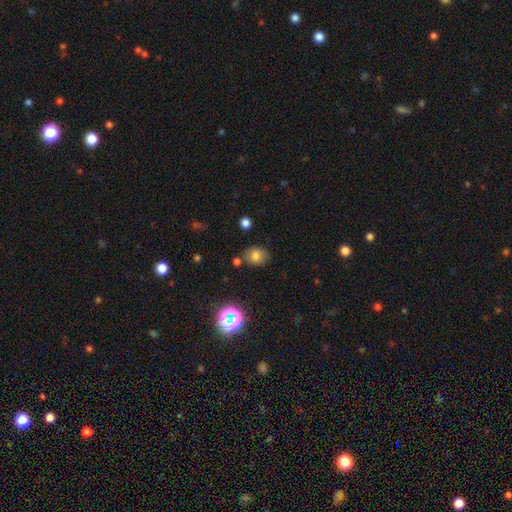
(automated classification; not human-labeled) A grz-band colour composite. It shows a smooth galaxy with no disk features (75%) that is in between round and cigar-shaped (53%). Merging: none (75%).